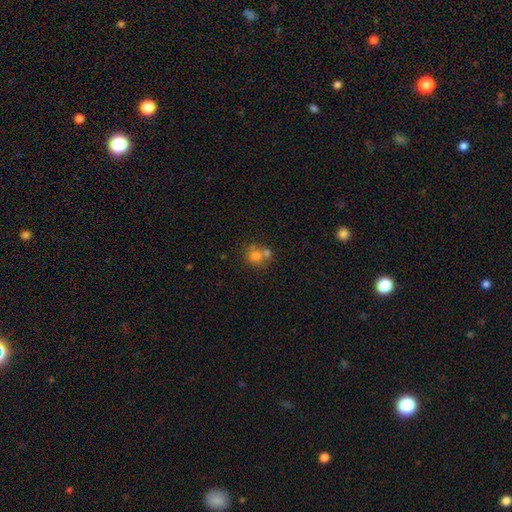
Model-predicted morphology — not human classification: smooth-or-featured: smooth: 73% | featured or disk: 14% | star or artifact: 14%
  how-rounded: round: 80% | in between: 19% | cigar-shaped: 1%
  merging: none: 44% | merger: 42% | minor disturbance: 9% | major disturbance: 4%